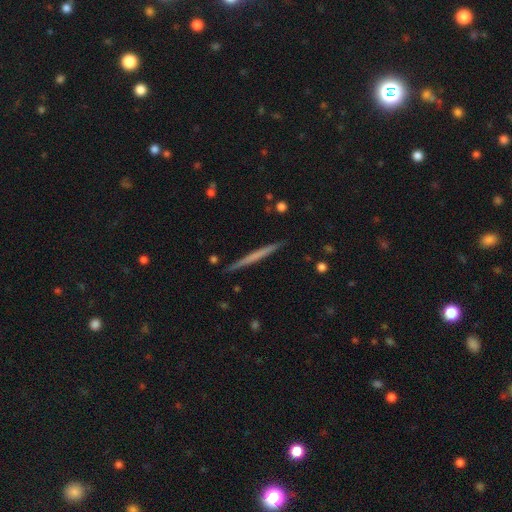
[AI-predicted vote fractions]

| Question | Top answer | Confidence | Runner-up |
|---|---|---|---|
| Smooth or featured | featured or disk | 49% | smooth (46%) |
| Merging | none | 91% | minor disturbance (6%) |